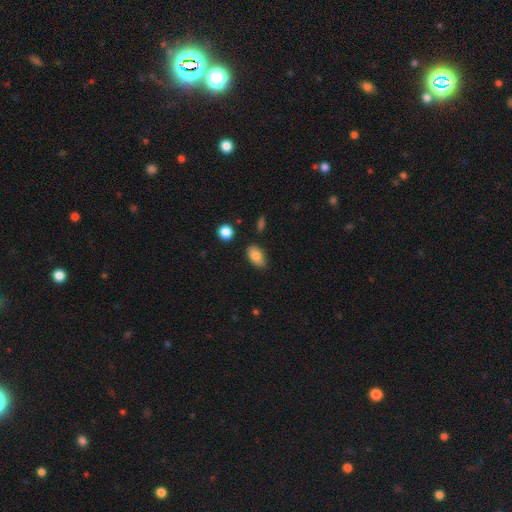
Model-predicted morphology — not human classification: smooth-or-featured: smooth: 83% | featured or disk: 9% | star or artifact: 8%
  how-rounded: in between: 91% | round: 7% | cigar-shaped: 2%
  merging: none: 82% | minor disturbance: 13% | major disturbance: 3% | merger: 3%